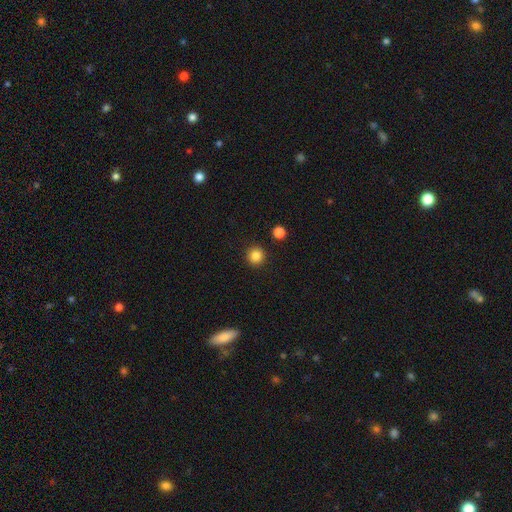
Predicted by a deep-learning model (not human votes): Overall: smooth (85%). How rounded: round (95%). Merging: none (92%).